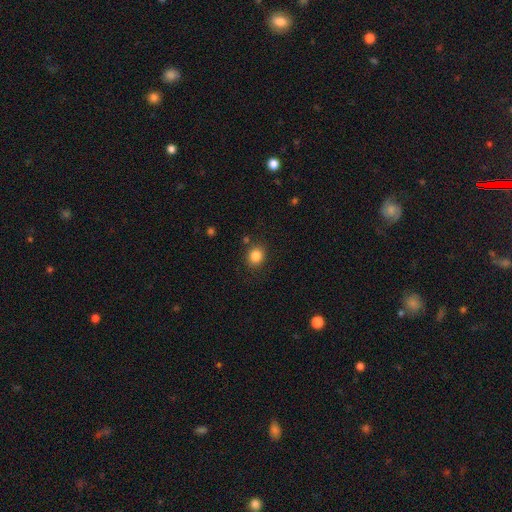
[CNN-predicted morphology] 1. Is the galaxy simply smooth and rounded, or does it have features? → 84% smooth, 11% star or artifact, 5% featured or disk.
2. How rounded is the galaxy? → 75% round, 24% in between, 1% cigar-shaped.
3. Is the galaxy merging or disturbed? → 85% none, 9% minor disturbance, 3% merger, 3% major disturbance.